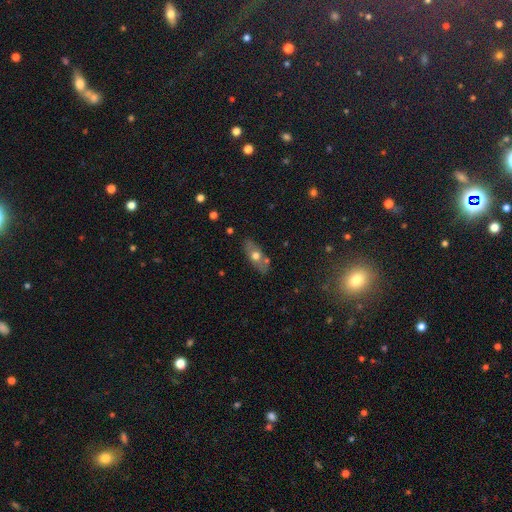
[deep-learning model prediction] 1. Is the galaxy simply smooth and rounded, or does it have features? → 54% smooth, 38% featured or disk, 7% star or artifact.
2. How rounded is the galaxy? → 76% in between, 17% cigar-shaped, 7% round.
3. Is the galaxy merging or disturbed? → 78% none, 14% minor disturbance, 6% merger, 3% major disturbance.